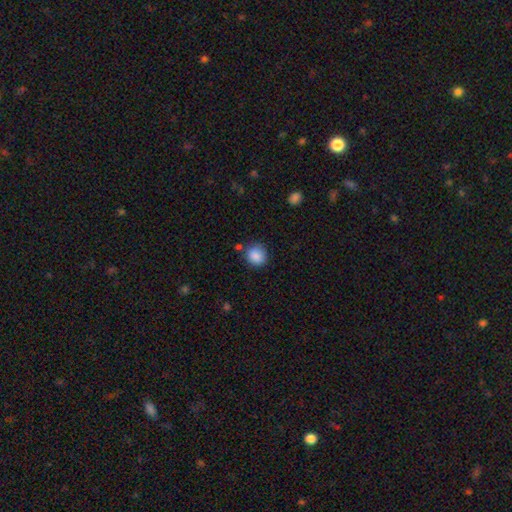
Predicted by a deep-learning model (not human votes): Overall: smooth (87%). How rounded: round (85%). Merging: none (79%).